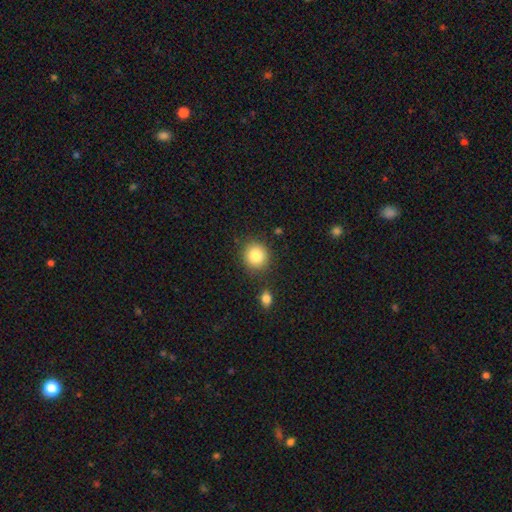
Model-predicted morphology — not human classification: smooth 83%, star or artifact 10%, featured or disk 8%. Down the decision tree: how rounded — round (87%); merging — none (83%).